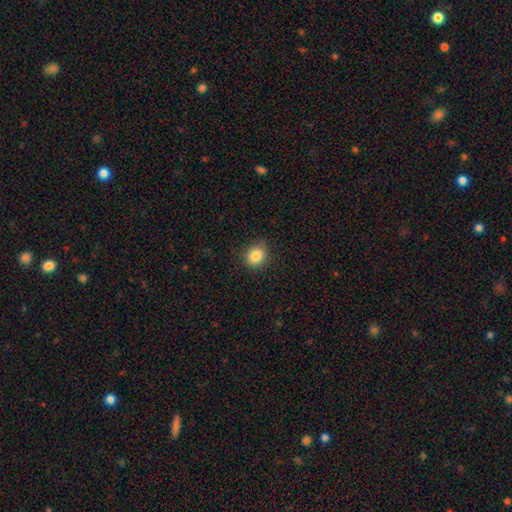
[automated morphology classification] Smooth or featured?
  - smooth: 85% *
  - star or artifact: 10%
  - featured or disk: 5%
How rounded?
  - round: 71% *
  - in between: 28%
  - cigar-shaped: 1%
Merging?
  - none: 85% *
  - minor disturbance: 11%
  - major disturbance: 3%
  - merger: 1%